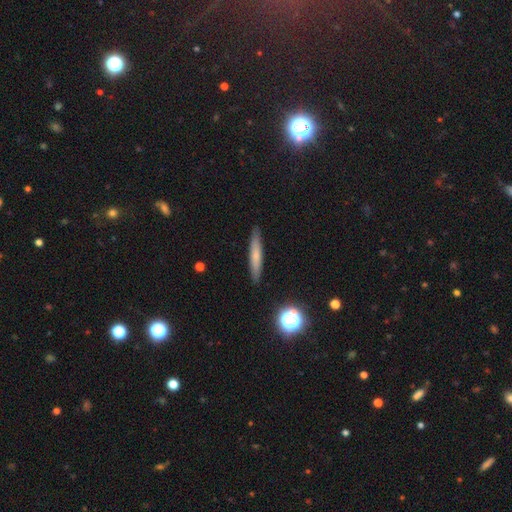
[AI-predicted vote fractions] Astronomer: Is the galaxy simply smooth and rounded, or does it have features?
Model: smooth — 62%.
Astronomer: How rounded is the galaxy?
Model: cigar-shaped — 93%.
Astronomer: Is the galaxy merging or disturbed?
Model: none — 89%.